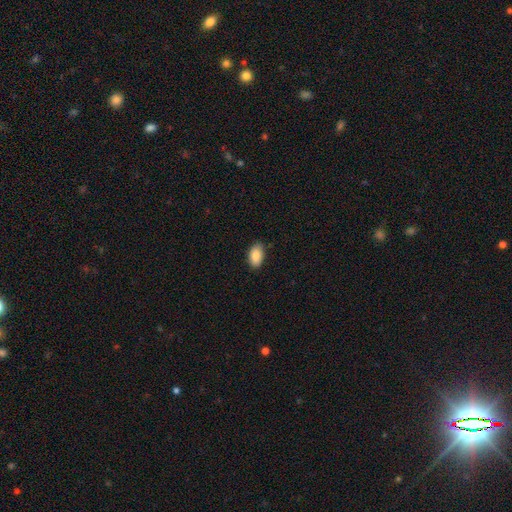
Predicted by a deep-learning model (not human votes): This is clearly a smooth galaxy (87%). How rounded: clearly in between (93%). Merging: clearly none (84%).